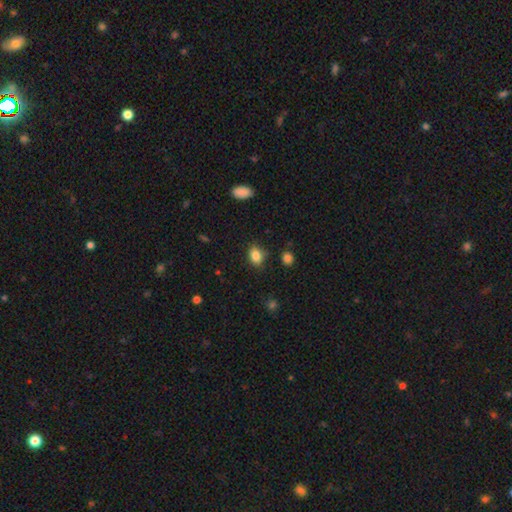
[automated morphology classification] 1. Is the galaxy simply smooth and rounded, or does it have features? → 84% smooth, 10% star or artifact, 6% featured or disk.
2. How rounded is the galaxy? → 74% in between, 25% round, 1% cigar-shaped.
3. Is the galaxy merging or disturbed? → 81% none, 14% minor disturbance, 3% major disturbance, 2% merger.